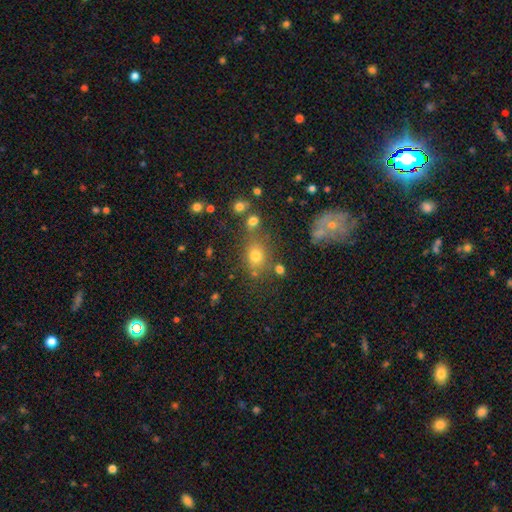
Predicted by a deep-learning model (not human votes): smooth_or_featured: smooth (p=0.70) [alt: star or artifact p=0.19]
how_rounded: round (p=0.57) [alt: in between p=0.41]
merging: none (p=0.65) [alt: minor disturbance p=0.14]